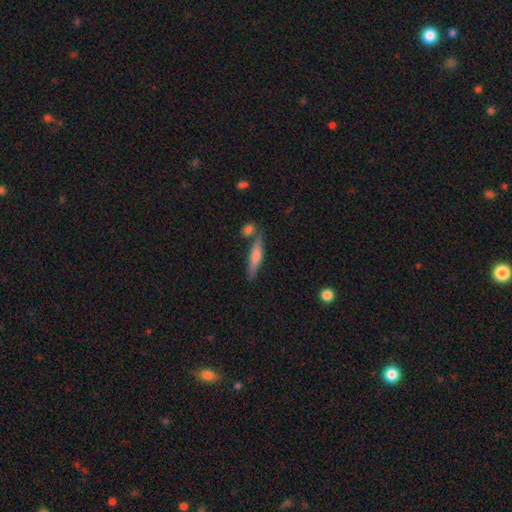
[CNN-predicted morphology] Smooth or featured? Predicted: featured or disk (p=0.49). Merging? Predicted: none (p=0.77).